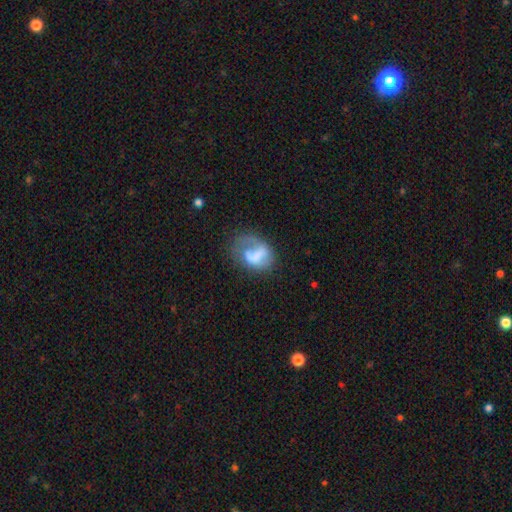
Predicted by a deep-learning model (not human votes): Smooth or featured? smooth (49%)
Merging? major disturbance (41%)